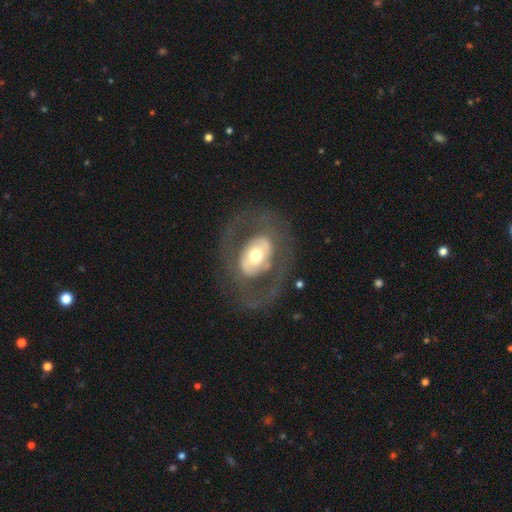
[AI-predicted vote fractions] Overall: featured or disk (66%; smooth 29%). Edge-on disk: no (93%). Bar: no (57%; weak 22%). Spiral arms: no (70%). Bulge size: moderate (65%). Merging: none (72%).